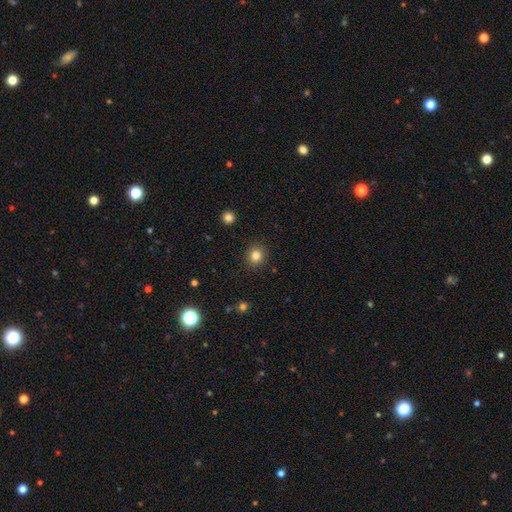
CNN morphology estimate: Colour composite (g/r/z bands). It shows a smooth galaxy with no disk features (83%) that is round (81%). Merging: none (90%).